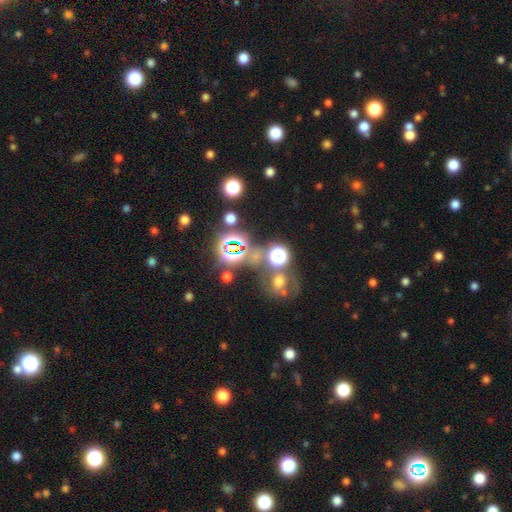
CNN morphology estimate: This is possibly a star or artifact rather than a galaxy (58%).